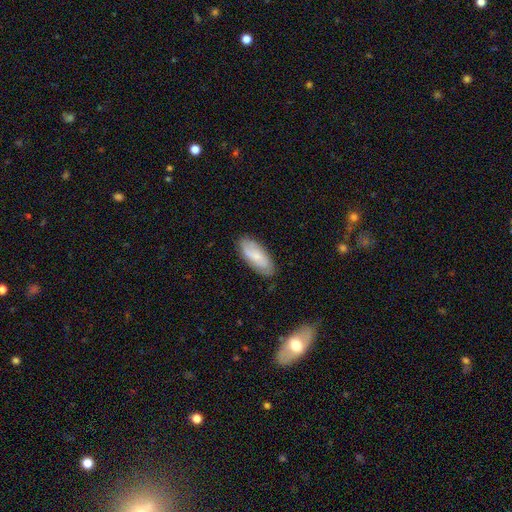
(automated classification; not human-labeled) This appears to be a smooth galaxy with no disk features (59%) that is in between round and cigar-shaped (82%). Merging: none (82%).